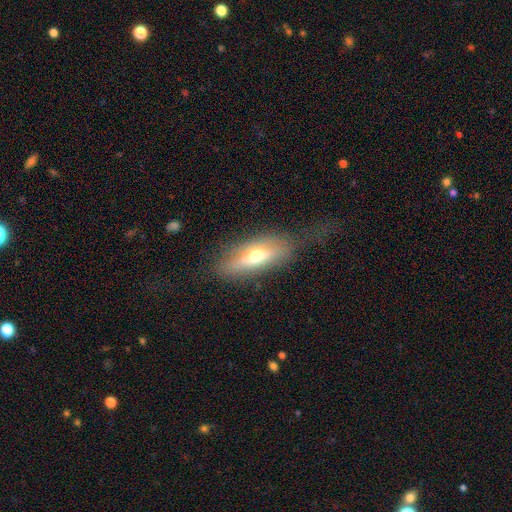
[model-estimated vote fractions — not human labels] A smooth galaxy with no disk features (51%) that is in between round and cigar-shaped (58%).

Vote fractions:
- Smooth or featured? smooth: 51% / featured or disk: 41% / star or artifact: 8%
- How rounded? in between: 58% / cigar-shaped: 38% / round: 4%
- Merging? none: 59% / minor disturbance: 23% / major disturbance: 16% / merger: 2%